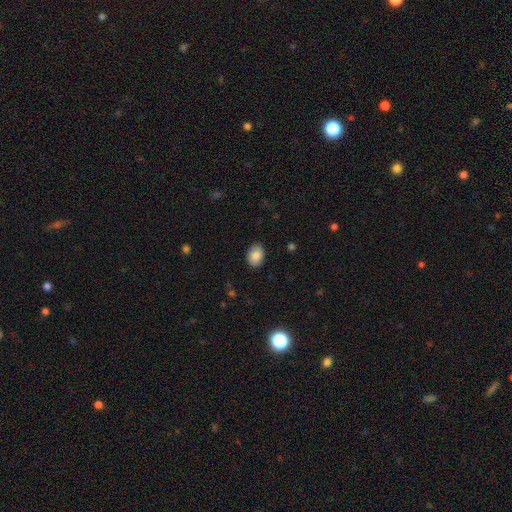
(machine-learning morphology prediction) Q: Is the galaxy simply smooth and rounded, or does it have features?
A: smooth — 84%.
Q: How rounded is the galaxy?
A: in between — 80%.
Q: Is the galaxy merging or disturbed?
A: none — 84%.